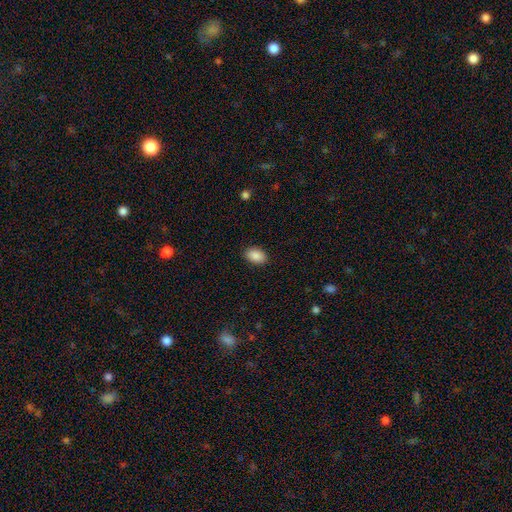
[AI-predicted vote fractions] smooth 89%, star or artifact 7%, featured or disk 4%. Down the decision tree: how rounded — in between (88%); merging — none (89%).